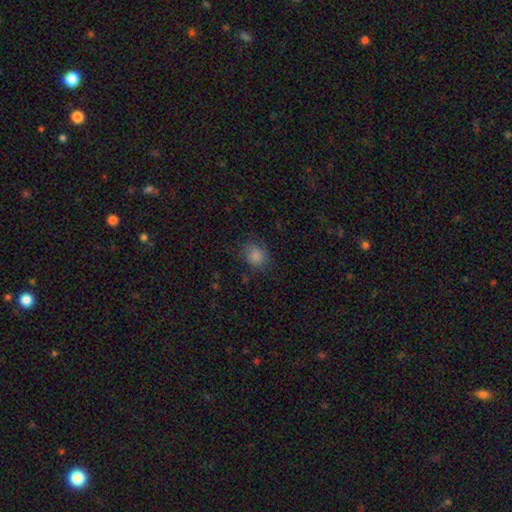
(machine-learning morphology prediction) Smooth or featured? Predicted: smooth (p=0.84). How rounded? Predicted: round (p=0.63). Merging? Predicted: none (p=0.75).